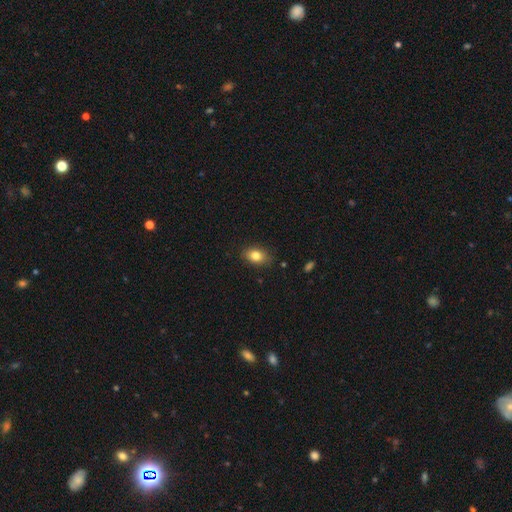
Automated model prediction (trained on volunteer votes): Overall: smooth (82%). How rounded: in between (78%). Merging: none (83%).